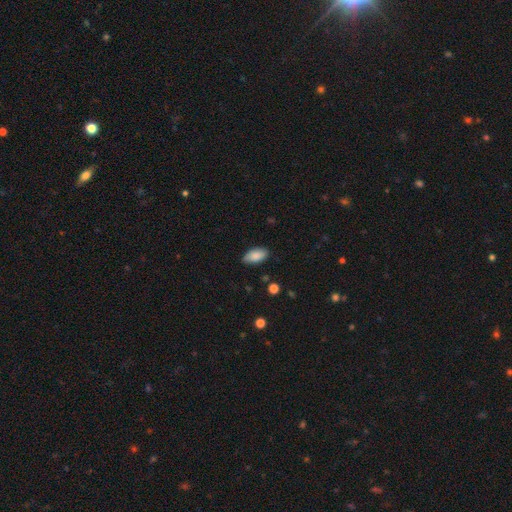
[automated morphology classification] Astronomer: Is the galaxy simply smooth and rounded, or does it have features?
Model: smooth — 87%.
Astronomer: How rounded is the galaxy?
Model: in between — 93%.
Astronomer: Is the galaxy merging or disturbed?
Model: none — 80%.